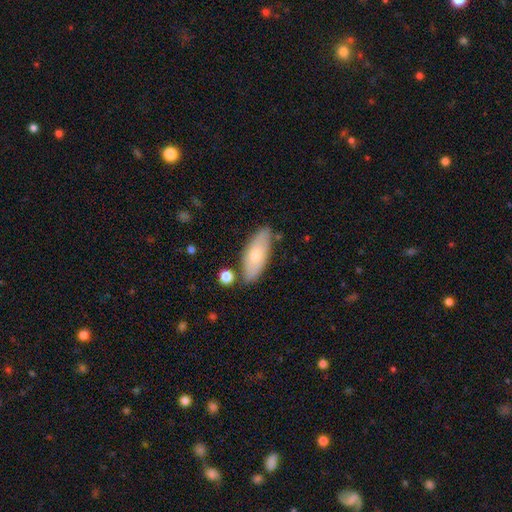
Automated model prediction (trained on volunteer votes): smooth 70%, featured or disk 24%, star or artifact 6%. Down the decision tree: how rounded — in between (74%); merging — none (77%).